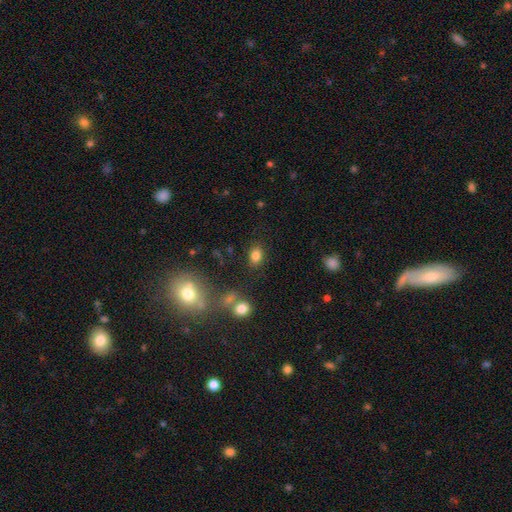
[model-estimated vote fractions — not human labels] Morphology: type=smooth (82%); roundness=in between (71%); merging=none (82%).